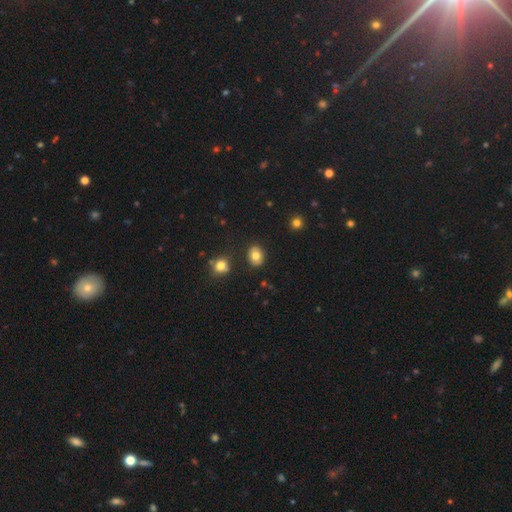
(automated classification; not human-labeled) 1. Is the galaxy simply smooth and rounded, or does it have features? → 79% smooth, 11% featured or disk, 10% star or artifact.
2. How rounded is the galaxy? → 62% in between, 37% round, 1% cigar-shaped.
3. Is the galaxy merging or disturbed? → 84% none, 10% minor disturbance, 3% merger, 2% major disturbance.